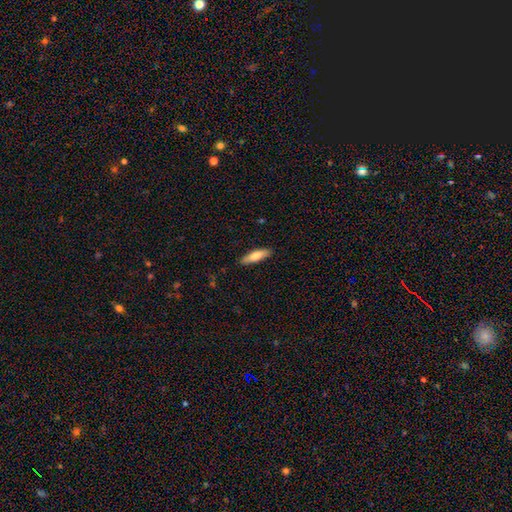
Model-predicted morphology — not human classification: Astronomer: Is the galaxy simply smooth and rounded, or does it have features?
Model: smooth — 75%.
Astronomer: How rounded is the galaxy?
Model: cigar-shaped — 57% (runner-up: in between, 42%).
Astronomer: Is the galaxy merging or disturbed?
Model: none — 87%.